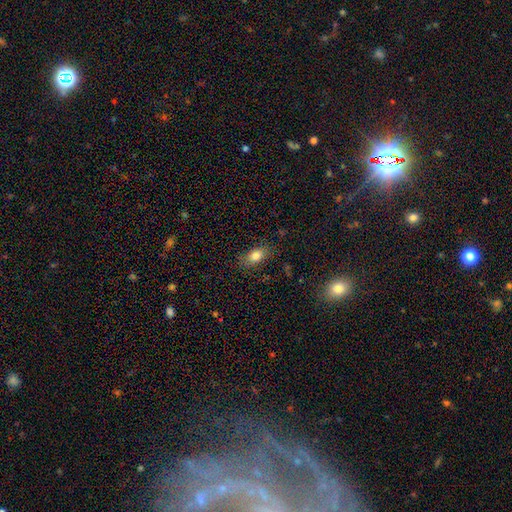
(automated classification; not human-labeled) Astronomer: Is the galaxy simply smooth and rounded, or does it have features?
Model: smooth — 81%.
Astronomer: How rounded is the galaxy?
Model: in between — 85%.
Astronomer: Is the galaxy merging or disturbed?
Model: none — 81%.